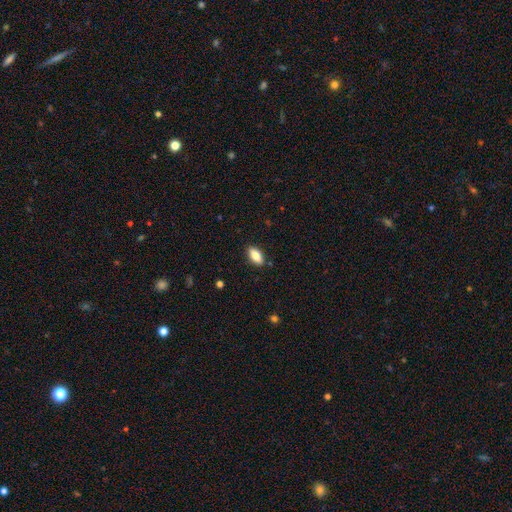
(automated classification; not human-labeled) Morphology: type=smooth (80%); roundness=in between (85%); merging=none (88%).